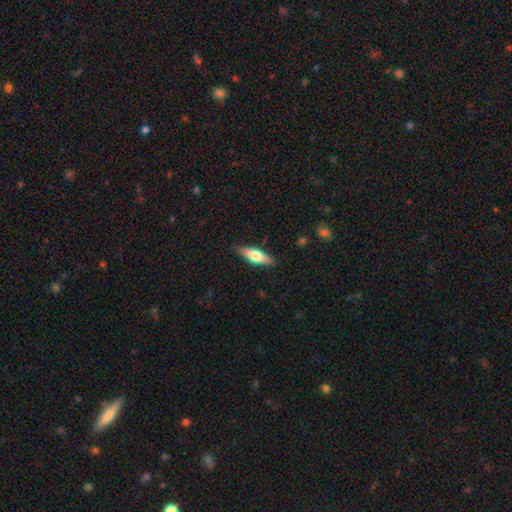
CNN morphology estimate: The model was most divided on "how rounded": in between: 55%, cigar-shaped: 43%, round: 2%. More confident: merging — none (86%); smooth or featured — smooth (58%).